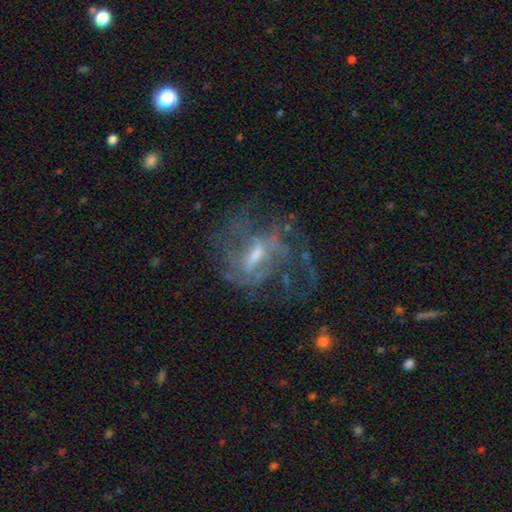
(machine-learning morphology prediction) Smooth or featured?
  - featured or disk: 80% *
  - smooth: 10%
  - star or artifact: 9%
Edge-on disk?
  - no: 95% *
  - yes: 5%
Bar?
  - weak: 51% *
  - strong: 31%
  - no: 18%
Spiral arms?
  - yes: 79% *
  - no: 21%
Spiral winding?
  - medium: 44% *
  - loose: 33%
  - tight: 22%
Spiral arm count?
  - can't tell: 34% *
  - 2: 32%
  - 3: 15%
  - 1: 8%
  - 4: 7%
  - more than 4: 4%
Bulge size?
  - small: 43% *
  - moderate: 42%
  - none: 10%
  - large: 5%
  - dominant: 1%
Merging?
  - none: 46% *
  - major disturbance: 35%
  - minor disturbance: 17%
  - merger: 3%